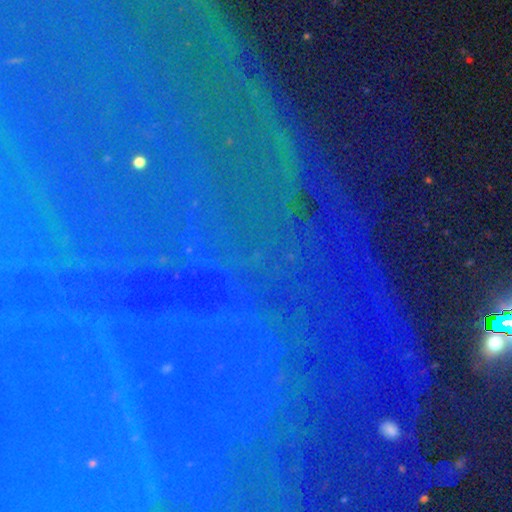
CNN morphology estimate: A star or artifact, not a galaxy (84%).